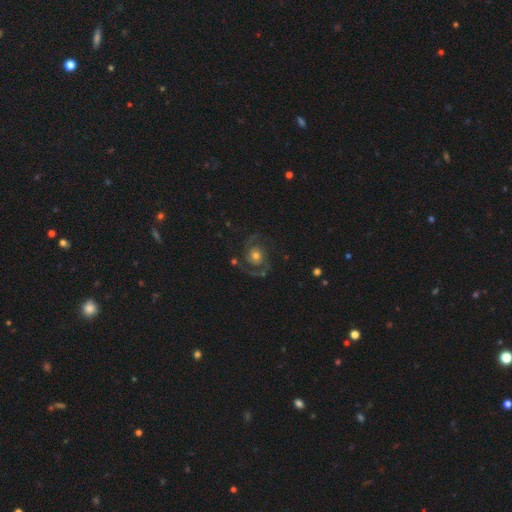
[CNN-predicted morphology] This is clearly a featured or disk galaxy (81%). It is clearly not viewed edge-on (98%). Bar: likely no (76%). Spiral arm pattern: clearly yes (95%). Spiral arm count: clearly 2 (89%). Spiral winding: possibly medium (51%). Central bulge: likely moderate (60%). Merging: likely none (72%).